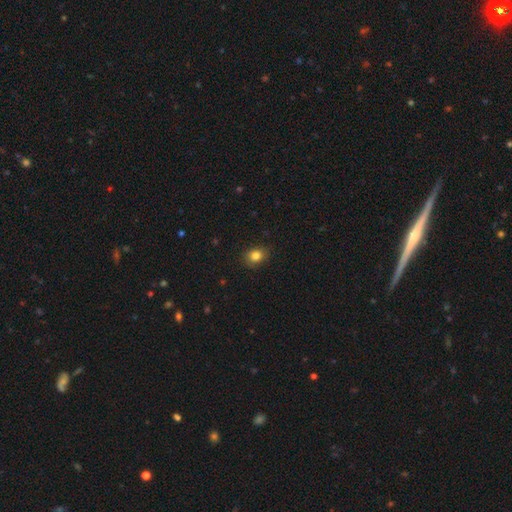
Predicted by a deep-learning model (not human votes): Smooth or featured: smooth — 83% (star or artifact — 11%)
How rounded: round — 58% (in between — 41%)
Merging: none — 83% (minor disturbance — 13%)